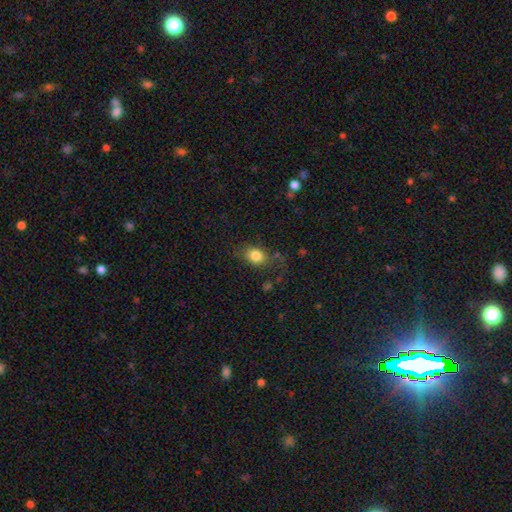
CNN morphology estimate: This appears to be a smooth galaxy with no disk features (82%) that is in between round and cigar-shaped (64%). Merging: none (70%).